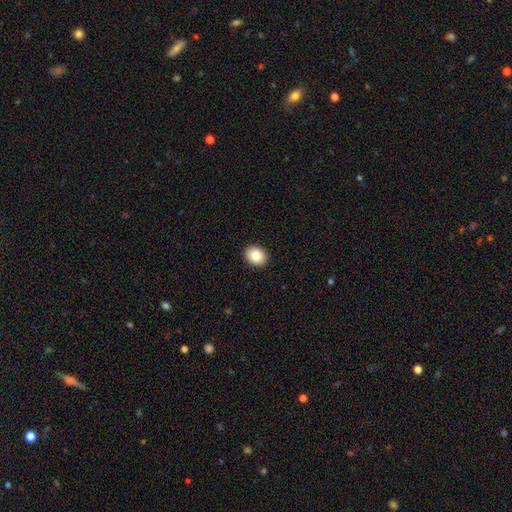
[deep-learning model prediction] Smooth or featured: smooth — 83% (star or artifact — 9%)
How rounded: round — 61% (in between — 38%)
Merging: none — 92% (minor disturbance — 5%)